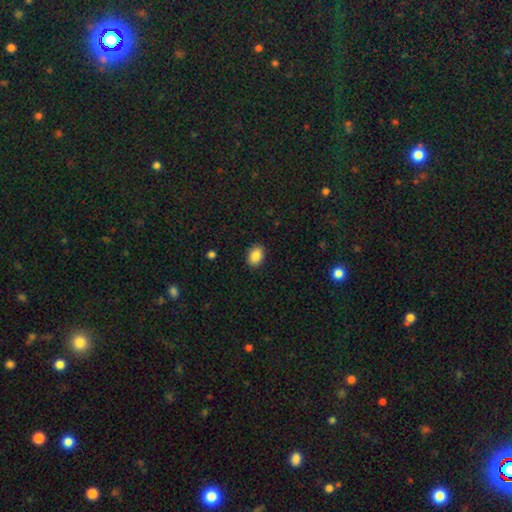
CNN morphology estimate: smooth-or-featured: smooth: 87% | star or artifact: 8% | featured or disk: 4%
  how-rounded: in between: 75% | round: 24% | cigar-shaped: 1%
  merging: none: 89% | minor disturbance: 8% | major disturbance: 2% | merger: 1%